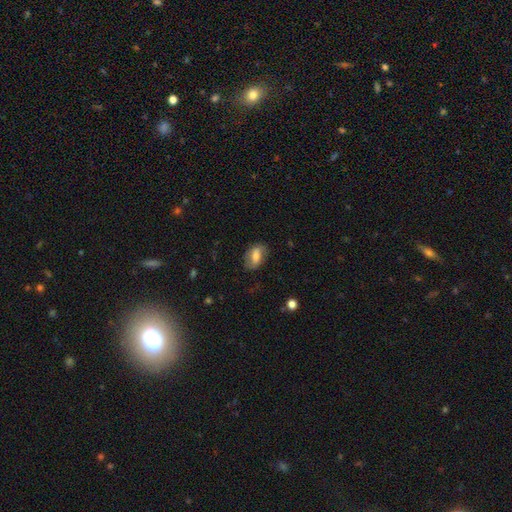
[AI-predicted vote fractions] Smooth or featured?
  - smooth: 61% *
  - featured or disk: 32%
  - star or artifact: 8%
How rounded?
  - in between: 87% *
  - round: 9%
  - cigar-shaped: 3%
Merging?
  - none: 74% *
  - minor disturbance: 18%
  - major disturbance: 6%
  - merger: 1%